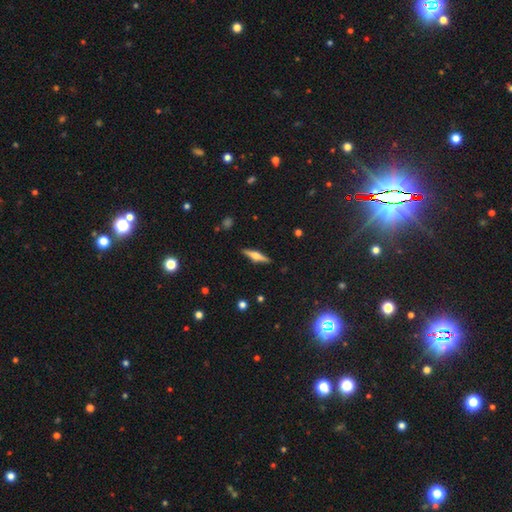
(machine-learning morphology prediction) Q: Smooth or featured?
A: featured or disk (66%); runner-up: smooth (27%)
Q: Edge-on disk?
A: yes (97%); runner-up: no (3%)
Q: Edge-on bulge?
A: rounded (92%); runner-up: boxy (6%)
Q: Merging?
A: none (90%); runner-up: minor disturbance (7%)